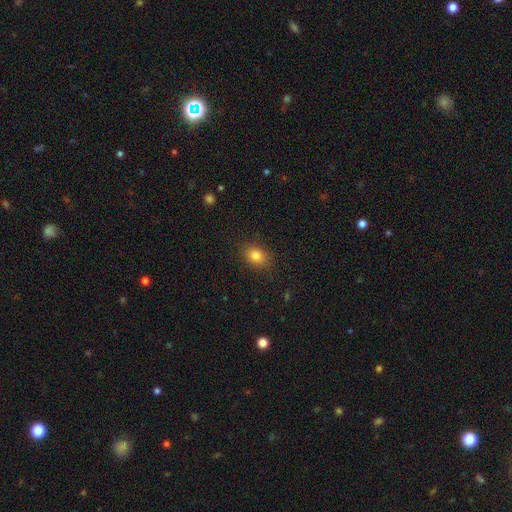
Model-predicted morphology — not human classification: smooth 83%, star or artifact 10%, featured or disk 6%. Down the decision tree: how rounded — in between (70%); merging — none (86%).